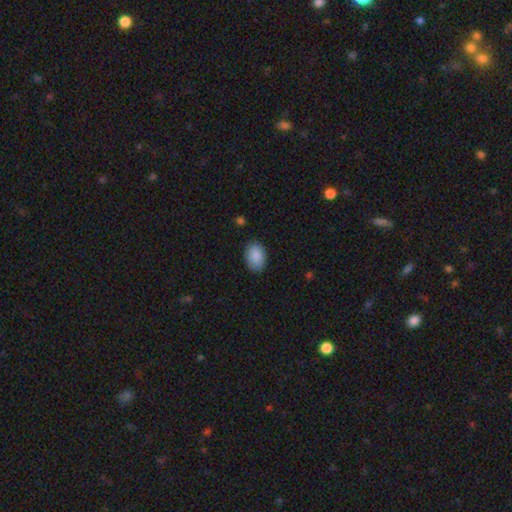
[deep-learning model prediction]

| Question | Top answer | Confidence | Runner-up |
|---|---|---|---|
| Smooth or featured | smooth | 89% | star or artifact (7%) |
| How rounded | in between | 83% | round (16%) |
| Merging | none | 83% | minor disturbance (14%) |